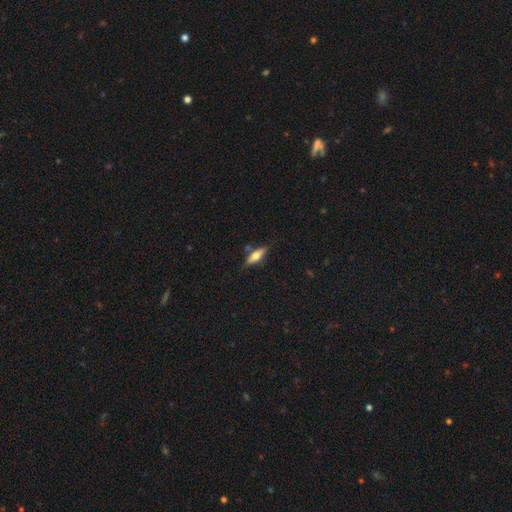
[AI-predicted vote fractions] A smooth galaxy with no disk features (52%) that is in between round and cigar-shaped (58%).

Vote fractions:
- Smooth or featured? smooth: 52% / featured or disk: 42% / star or artifact: 7%
- How rounded? in between: 58% / cigar-shaped: 39% / round: 3%
- Merging? none: 72% / minor disturbance: 17% / merger: 6% / major disturbance: 4%